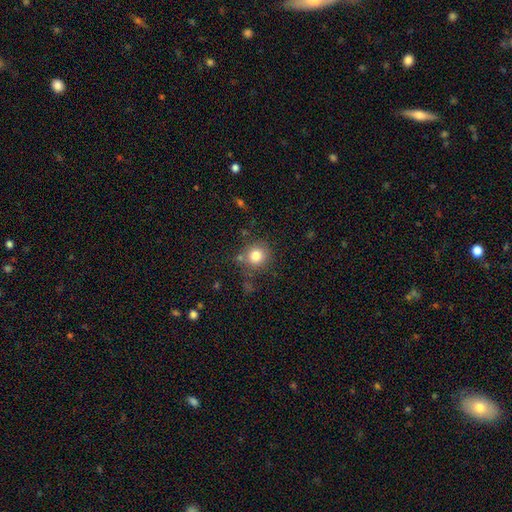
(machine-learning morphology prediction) The model was most divided on "merging": none: 77%, minor disturbance: 12%, merger: 6%, major disturbance: 5%. More confident: how rounded — round (90%); smooth or featured — smooth (81%).